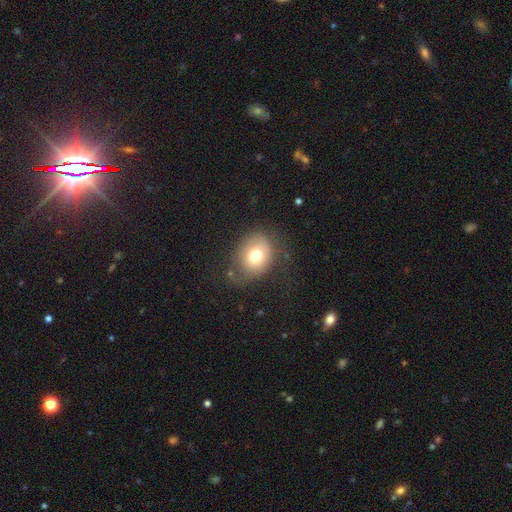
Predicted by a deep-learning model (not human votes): This is likely a smooth galaxy (70%). How rounded: possibly in between (50%, tied with round). Merging: possibly none (59%).